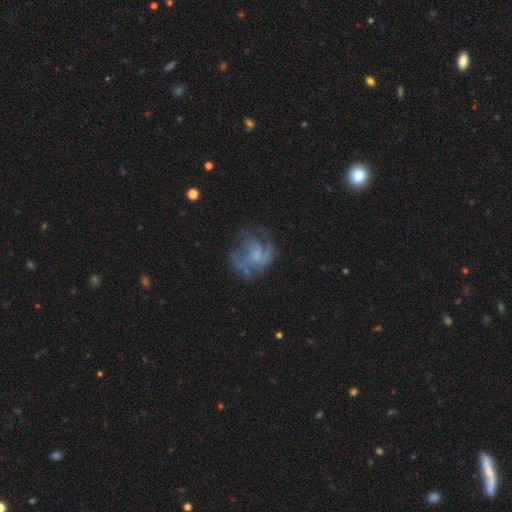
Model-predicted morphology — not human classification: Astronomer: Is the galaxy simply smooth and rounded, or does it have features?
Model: featured or disk — 68%.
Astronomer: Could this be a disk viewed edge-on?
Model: no — 98%.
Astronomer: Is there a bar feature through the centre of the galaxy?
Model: no — 63%.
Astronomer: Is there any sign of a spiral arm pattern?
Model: yes — 72%.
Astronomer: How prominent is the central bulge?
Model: none — 46% (runner-up: small, 34%).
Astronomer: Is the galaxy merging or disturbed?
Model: none — 51% (runner-up: major disturbance, 26%).